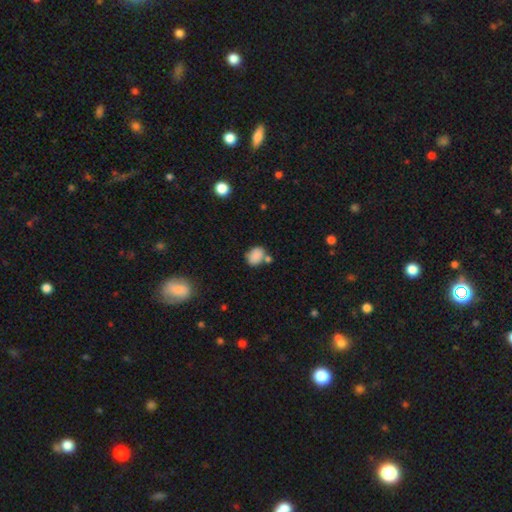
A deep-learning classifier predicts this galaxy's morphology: Smooth or featured: smooth — 85% (star or artifact — 9%)
How rounded: in between — 67% (round — 32%)
Merging: none — 59% (merger — 19%)